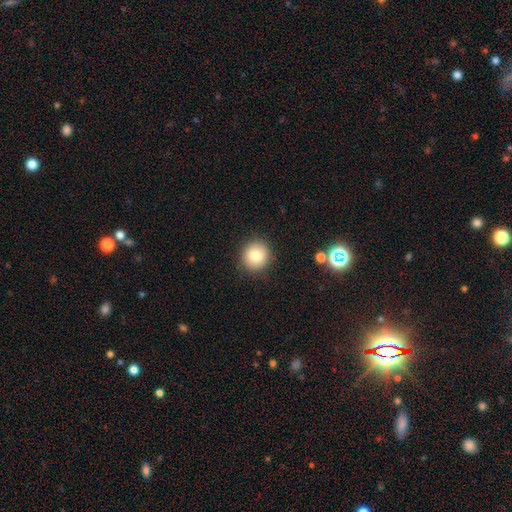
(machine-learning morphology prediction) A smooth galaxy with no disk features (83%) that is round (90%). Merging: none (89%).